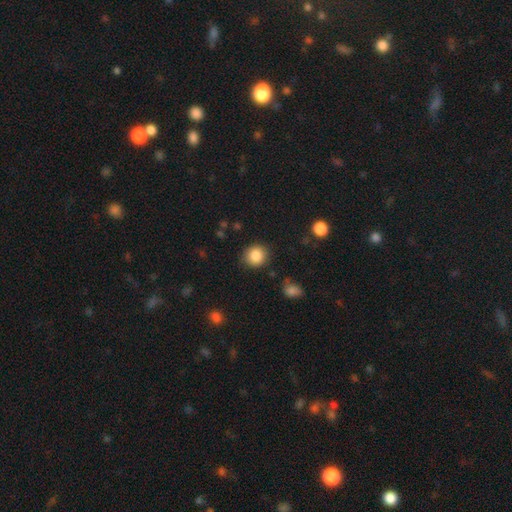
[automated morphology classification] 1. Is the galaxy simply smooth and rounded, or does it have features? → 86% smooth, 9% star or artifact, 5% featured or disk.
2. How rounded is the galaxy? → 86% round, 13% in between, 1% cigar-shaped.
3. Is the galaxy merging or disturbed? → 86% none, 9% minor disturbance, 3% major disturbance, 2% merger.